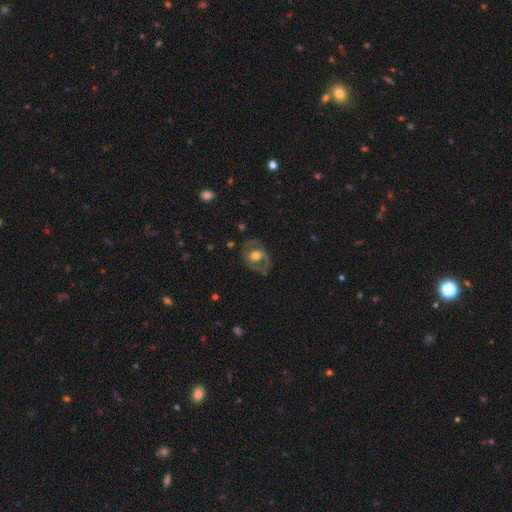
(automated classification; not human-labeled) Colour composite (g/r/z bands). It shows a featured or disk galaxy (66%) with no bar (55%), spiral arms (57%) and a moderate central bulge (66%). Merging: none (70%).